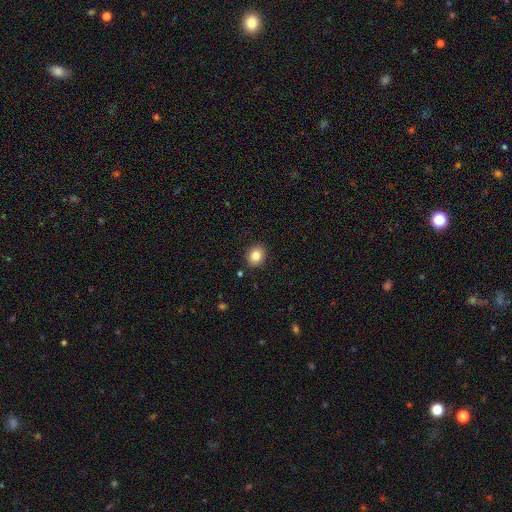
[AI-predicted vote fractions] smooth-or-featured: smooth: 83% | star or artifact: 10% | featured or disk: 7%
  how-rounded: round: 63% | in between: 36% | cigar-shaped: 1%
  merging: none: 89% | minor disturbance: 8% | major disturbance: 2% | merger: 1%